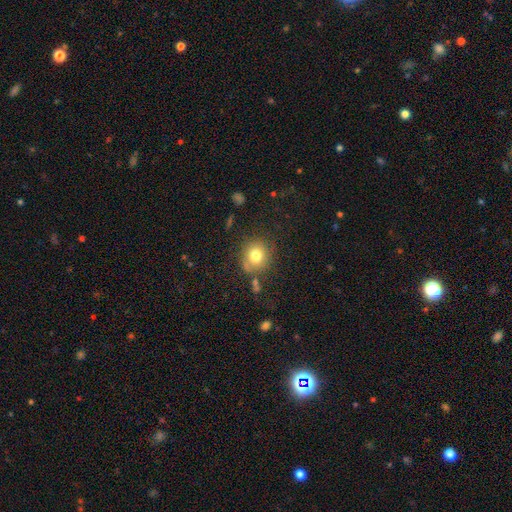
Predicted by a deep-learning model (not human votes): Smooth or featured: smooth — 77% (star or artifact — 12%)
How rounded: round — 84% (in between — 15%)
Merging: none — 75% (minor disturbance — 14%)